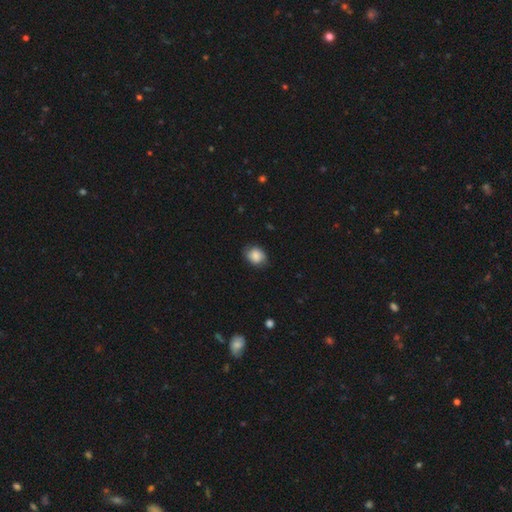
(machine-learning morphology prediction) This is clearly a smooth galaxy (83%). How rounded: possibly in between (50%). Merging: likely none (76%).